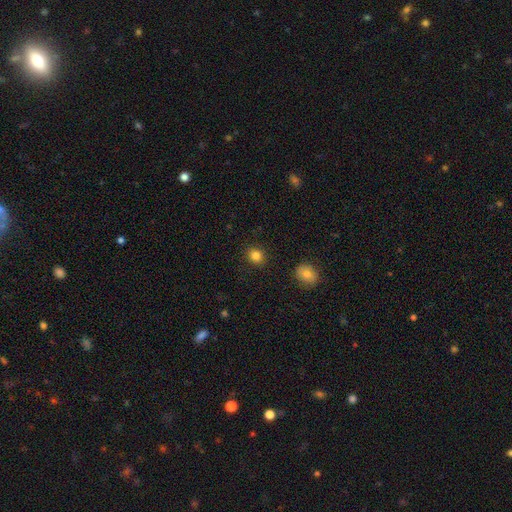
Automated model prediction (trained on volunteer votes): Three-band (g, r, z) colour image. It shows a smooth galaxy with no disk features (84%) that is round (79%). Merging: none (90%).